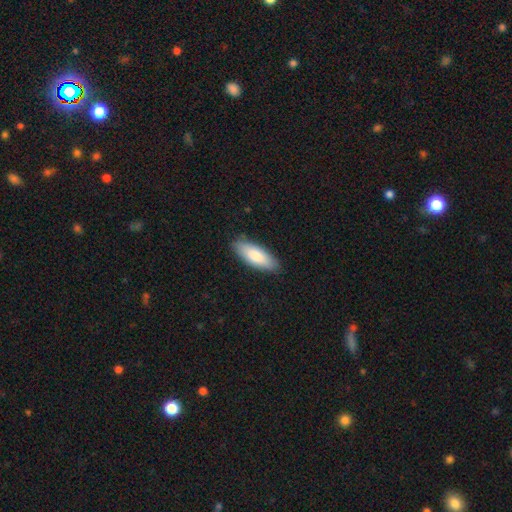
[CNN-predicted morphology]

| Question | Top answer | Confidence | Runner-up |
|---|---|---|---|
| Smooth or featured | smooth | 81% | featured or disk (13%) |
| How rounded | in between | 71% | cigar-shaped (27%) |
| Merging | none | 86% | minor disturbance (11%) |